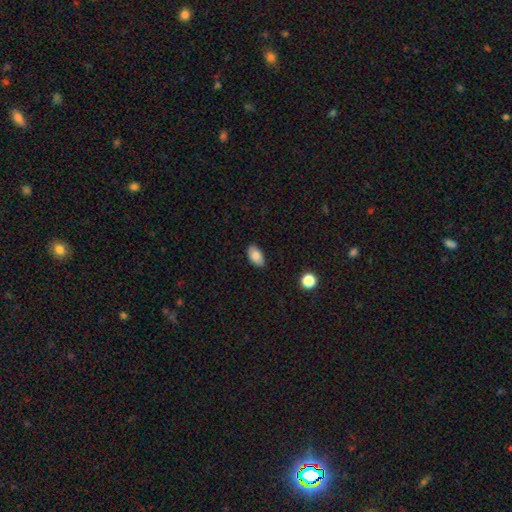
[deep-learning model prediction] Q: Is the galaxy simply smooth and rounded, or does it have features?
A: smooth — 82%.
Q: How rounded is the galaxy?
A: in between — 94%.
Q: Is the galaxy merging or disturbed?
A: none — 87%.